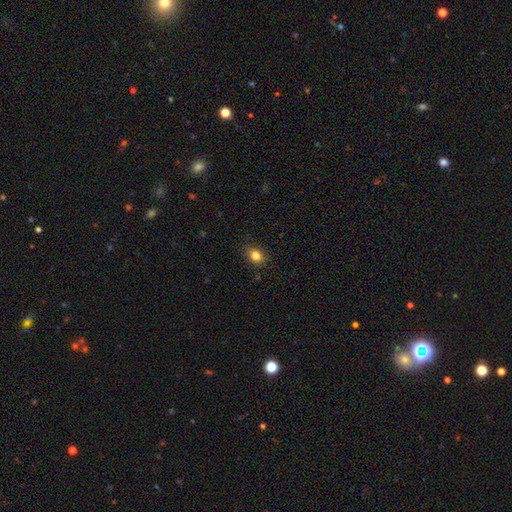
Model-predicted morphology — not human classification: type=smooth (83%); roundness=in between (56%); merging=none (85%).